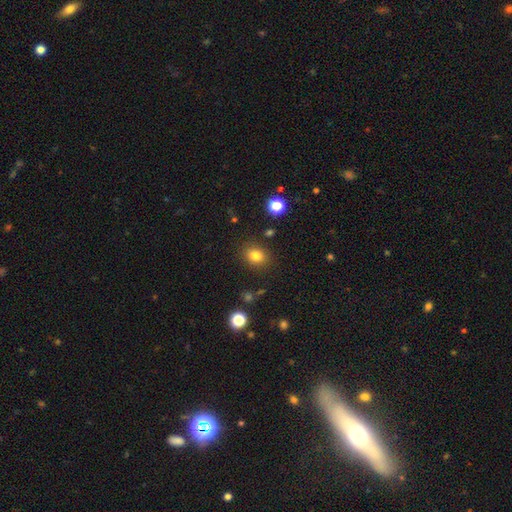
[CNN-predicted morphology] A smooth galaxy with no disk features (81%) that is round (56%). Merging: none (85%).